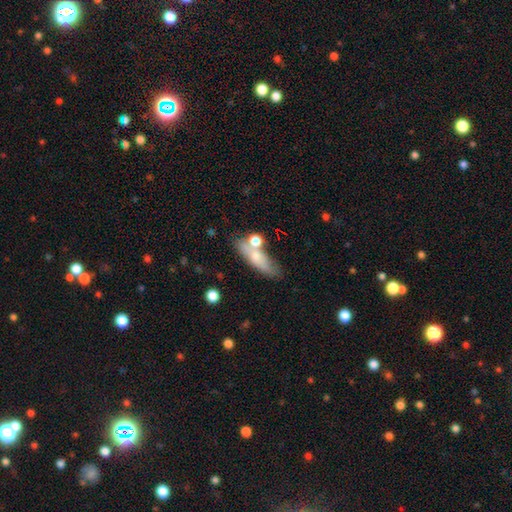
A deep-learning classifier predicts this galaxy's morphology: Q: Smooth or featured?
A: smooth (64%); runner-up: featured or disk (28%)
Q: How rounded?
A: in between (51%); runner-up: cigar-shaped (43%)
Q: Merging?
A: none (49%); runner-up: merger (25%)